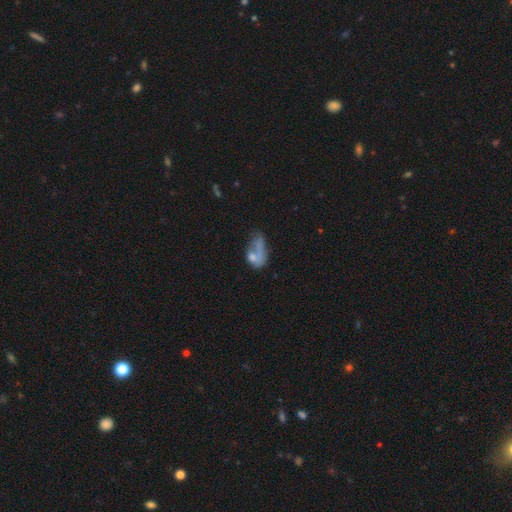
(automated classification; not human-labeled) smooth-or-featured: smooth: 56% | featured or disk: 33% | star or artifact: 11%
  how-rounded: in between: 82% | round: 13% | cigar-shaped: 5%
  merging: major disturbance: 38% | merger: 24% | none: 21% | minor disturbance: 16%